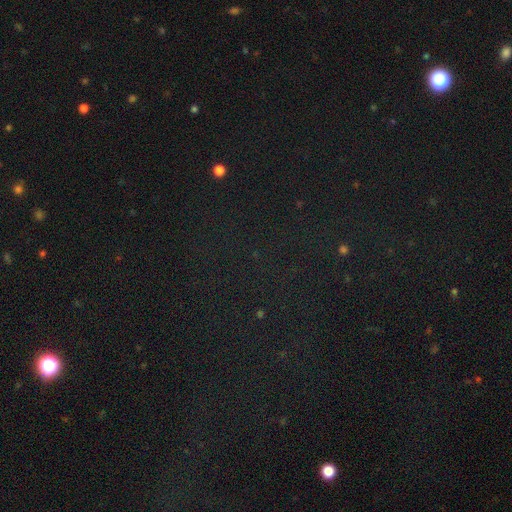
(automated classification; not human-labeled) The model was most divided on "smooth or featured": star or artifact: 77%, smooth: 14%, featured or disk: 9%.